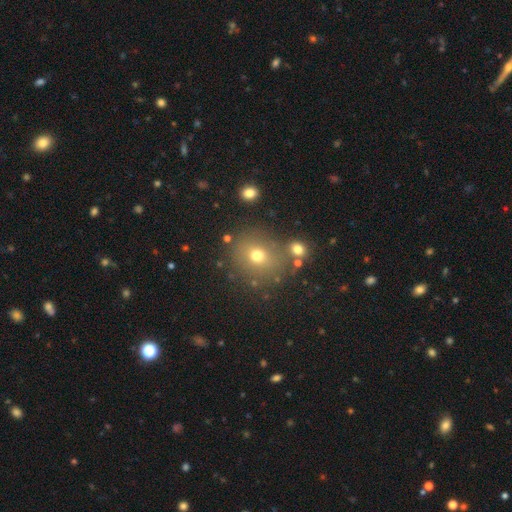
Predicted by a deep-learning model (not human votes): Morphology: type=smooth (68%); roundness=round (78%); merging=none (73%).